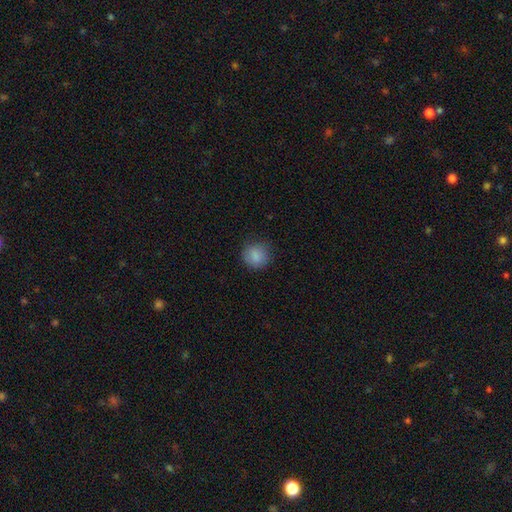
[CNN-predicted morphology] Smooth or featured? smooth (86%)
How rounded? round (88%)
Merging? none (81%)